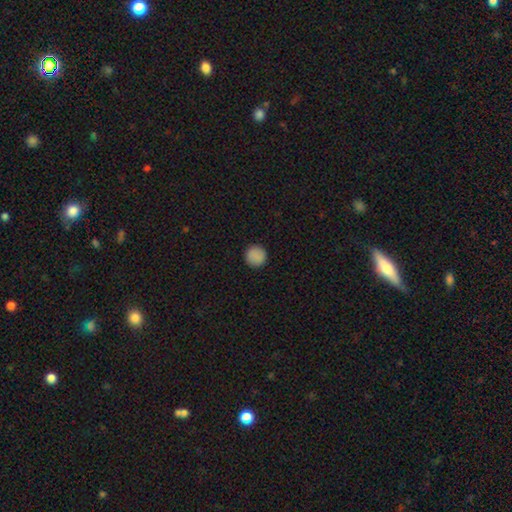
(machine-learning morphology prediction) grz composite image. It shows a smooth galaxy with no disk features (88%) that is round (95%). Merging: none (92%).